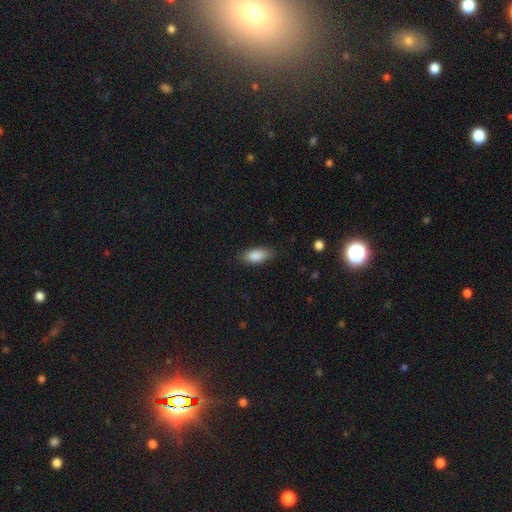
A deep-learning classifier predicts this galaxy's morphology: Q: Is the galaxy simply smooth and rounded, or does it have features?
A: smooth — 87%.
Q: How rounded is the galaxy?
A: in between — 85%.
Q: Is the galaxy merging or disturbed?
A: none — 83%.